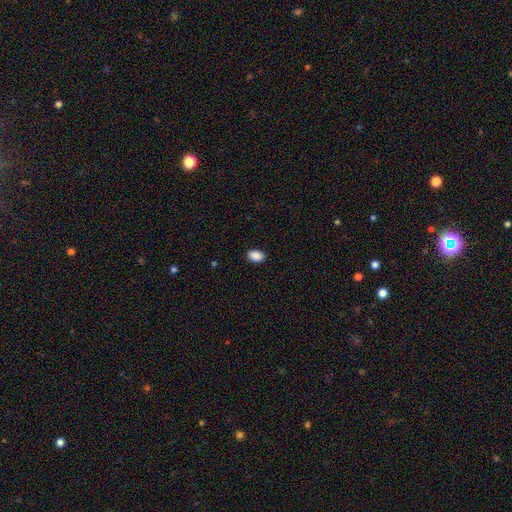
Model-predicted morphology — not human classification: smooth 90%, star or artifact 8%, featured or disk 3%. Down the decision tree: how rounded — in between (86%); merging — none (89%).